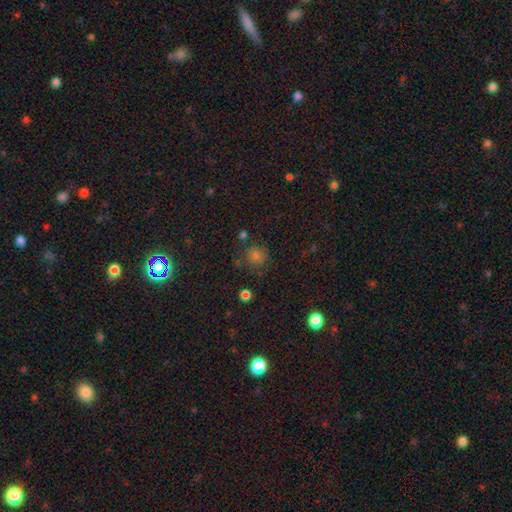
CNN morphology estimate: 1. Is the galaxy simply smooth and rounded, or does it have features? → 61% smooth, 31% star or artifact, 8% featured or disk.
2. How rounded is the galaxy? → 90% round, 9% in between, 1% cigar-shaped.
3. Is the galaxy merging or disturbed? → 78% none, 13% minor disturbance, 5% major disturbance, 4% merger.